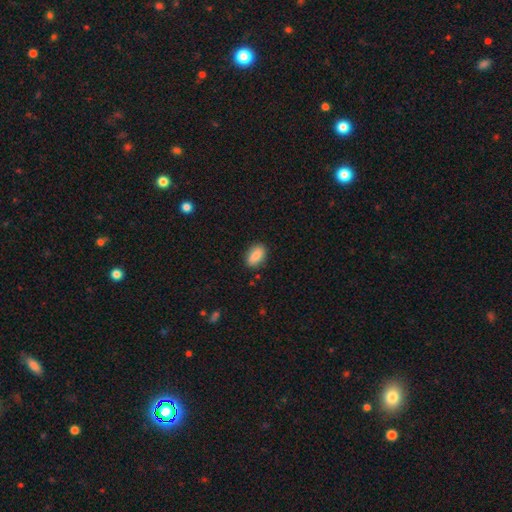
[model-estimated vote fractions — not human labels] smooth 86%, star or artifact 7%, featured or disk 7%. Down the decision tree: how rounded — in between (89%); merging — none (86%).